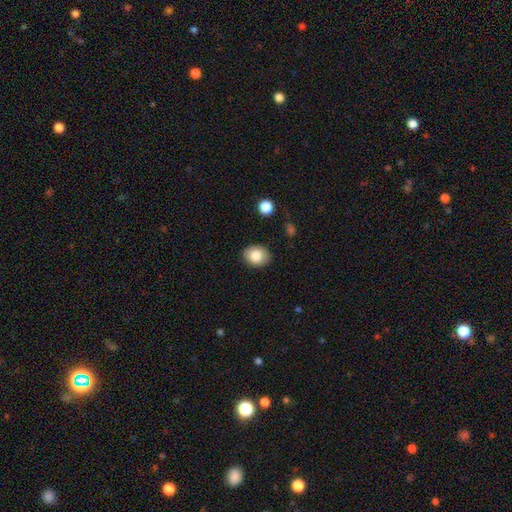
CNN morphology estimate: Q: Smooth or featured?
A: smooth (83%); runner-up: featured or disk (9%)
Q: How rounded?
A: round (51%); runner-up: in between (48%)
Q: Merging?
A: none (88%); runner-up: minor disturbance (9%)